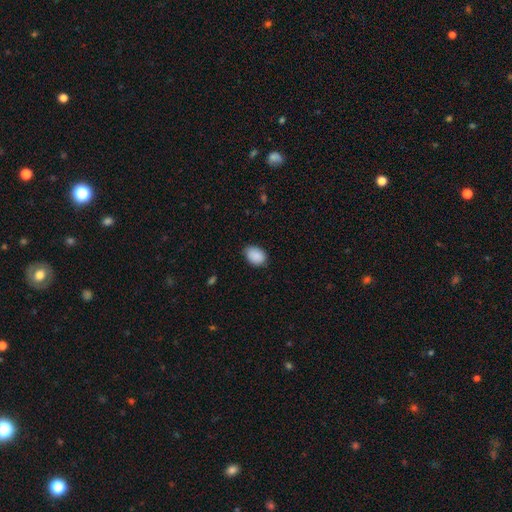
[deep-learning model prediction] Overall: smooth (89%). How rounded: in between (75%). Merging: none (78%).